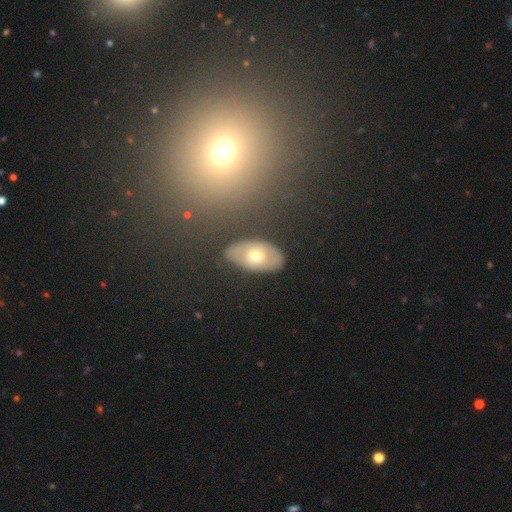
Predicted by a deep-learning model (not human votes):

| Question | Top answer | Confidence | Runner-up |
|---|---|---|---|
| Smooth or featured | featured or disk | 49% | smooth (42%) |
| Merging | none | 82% | minor disturbance (13%) |